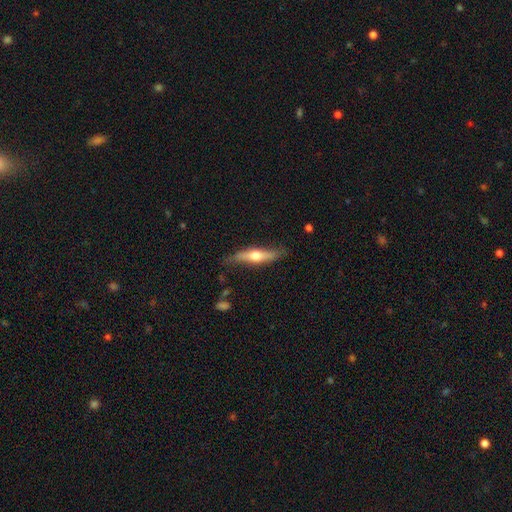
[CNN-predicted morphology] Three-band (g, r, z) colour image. It shows a featured or disk galaxy (56%) viewed edge-on (90%) with a rounded central bulge (93%). Merging: none (77%).